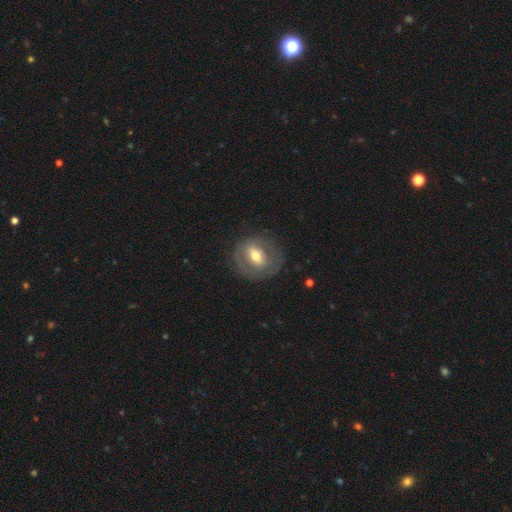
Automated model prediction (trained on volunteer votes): Smooth or featured? featured or disk (60%)
Edge-on disk? no (92%)
Bar? weak (39%)
Spiral arms? no (63%)
Bulge size? moderate (70%)
Merging? none (72%)